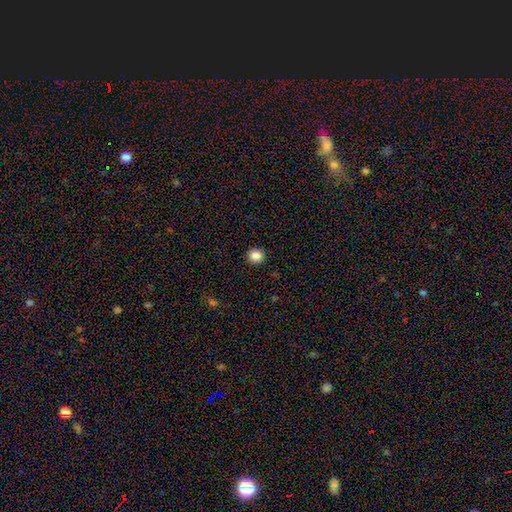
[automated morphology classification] Overall: smooth (86%). How rounded: round (89%). Merging: none (93%).